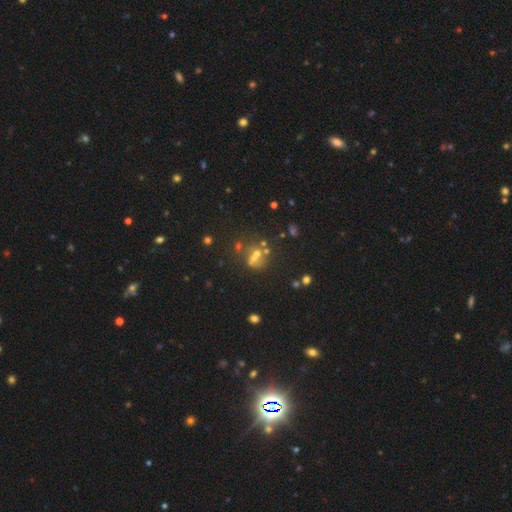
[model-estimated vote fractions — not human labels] smooth 41%, star or artifact 35%, featured or disk 24%. Down the decision tree: merging — none (44%).